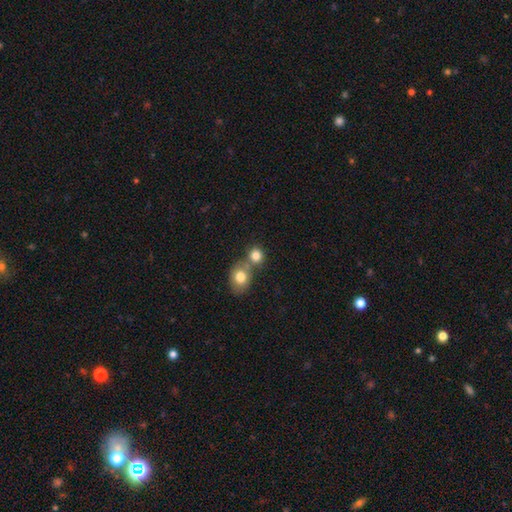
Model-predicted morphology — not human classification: Smooth or featured: smooth — 81% (star or artifact — 10%)
How rounded: round — 77% (in between — 22%)
Merging: merger — 46% (none — 44%)